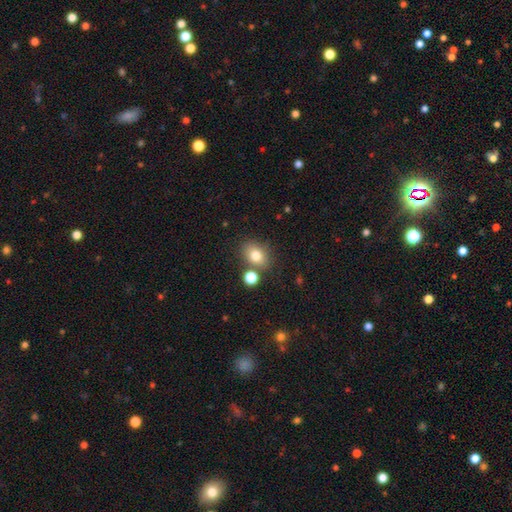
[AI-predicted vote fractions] Smooth or featured? Predicted: smooth (p=0.79). How rounded? Predicted: in between (p=0.57). Merging? Predicted: none (p=0.72).